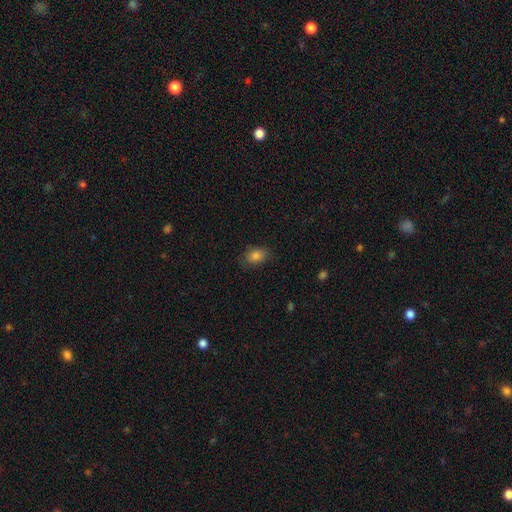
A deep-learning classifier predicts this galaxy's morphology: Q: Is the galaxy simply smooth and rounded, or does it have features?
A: smooth — 83%.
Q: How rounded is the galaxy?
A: in between — 83%.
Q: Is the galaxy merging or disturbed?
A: none — 82%.